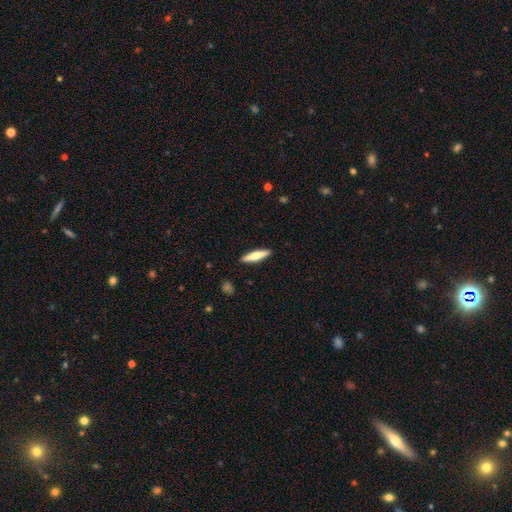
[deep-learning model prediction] A smooth galaxy with no disk features (63%) that is cigar-shaped (83%).

Vote fractions:
- Smooth or featured? smooth: 63% / featured or disk: 32% / star or artifact: 5%
- How rounded? cigar-shaped: 83% / in between: 15% / round: 2%
- Merging? none: 91% / minor disturbance: 6% / major disturbance: 1% / merger: 1%